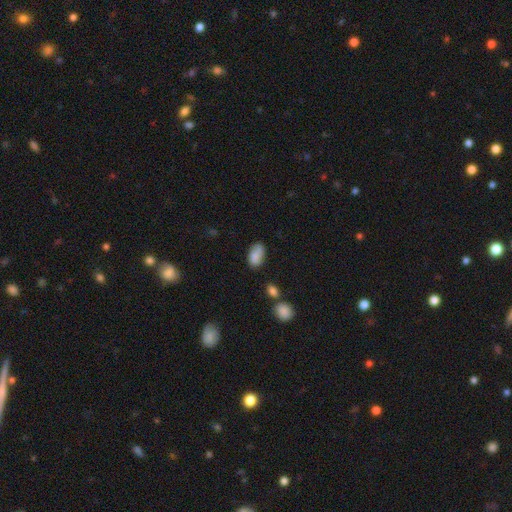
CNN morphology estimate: A smooth galaxy with no disk features (81%) that is in between round and cigar-shaped (93%).

Vote fractions:
- Smooth or featured? smooth: 81% / featured or disk: 11% / star or artifact: 8%
- How rounded? in between: 93% / round: 5% / cigar-shaped: 2%
- Merging? none: 69% / minor disturbance: 22% / major disturbance: 5% / merger: 4%